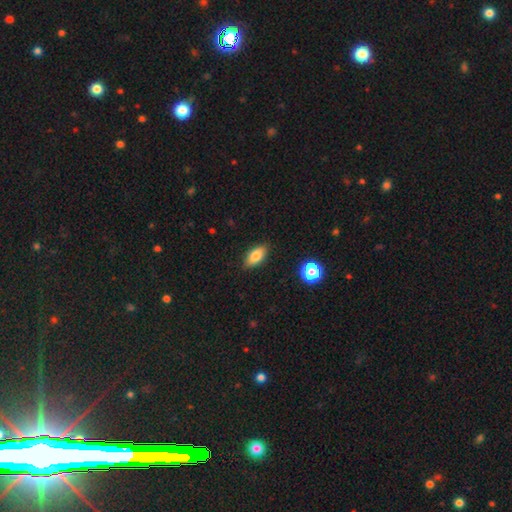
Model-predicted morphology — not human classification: Overall: smooth (81%). How rounded: in between (86%). Merging: none (86%).